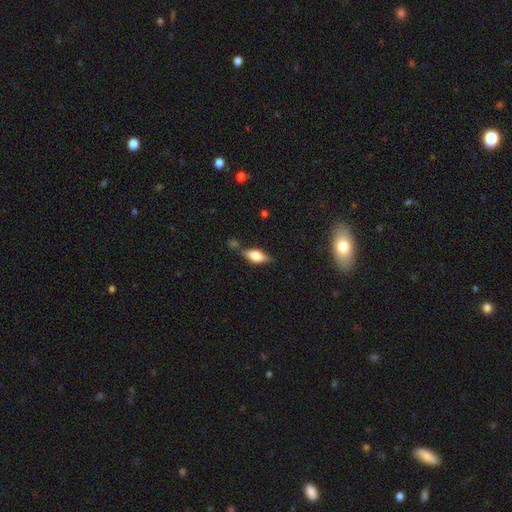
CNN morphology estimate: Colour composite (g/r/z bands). It shows a featured or disk galaxy (47%). Merging: none (72%).